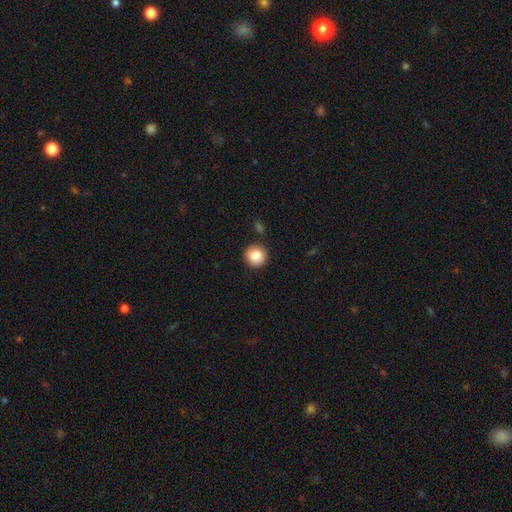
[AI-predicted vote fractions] Smooth or featured: smooth — 87% (star or artifact — 8%)
How rounded: round — 93% (in between — 6%)
Merging: none — 87% (minor disturbance — 8%)